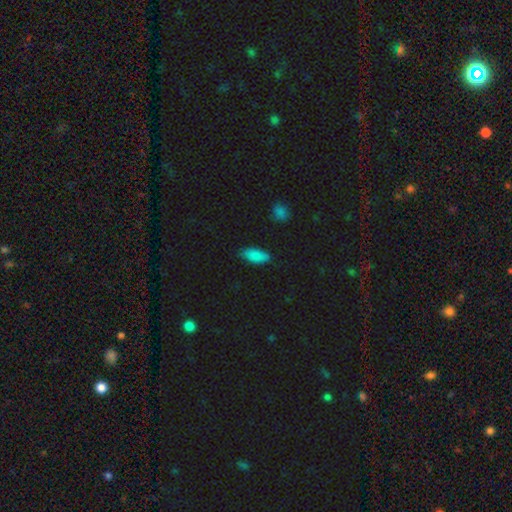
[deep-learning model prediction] A smooth galaxy with no disk features (84%) that is in between round and cigar-shaped (87%).

Vote fractions:
- Smooth or featured? smooth: 84% / star or artifact: 8% / featured or disk: 8%
- How rounded? in between: 87% / cigar-shaped: 10% / round: 2%
- Merging? none: 79% / minor disturbance: 17% / major disturbance: 3% / merger: 2%